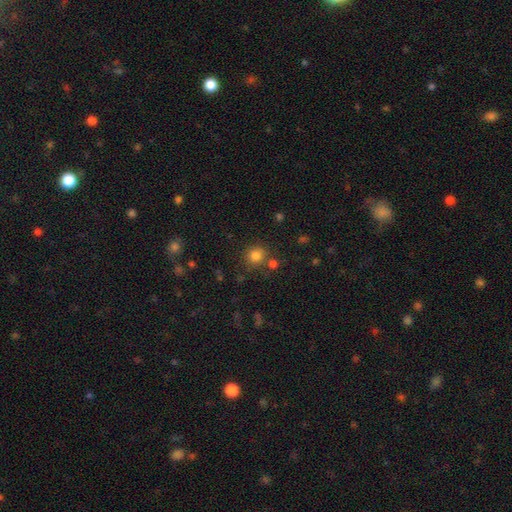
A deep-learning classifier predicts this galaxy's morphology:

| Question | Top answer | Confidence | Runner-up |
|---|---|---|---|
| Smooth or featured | smooth | 81% | star or artifact (14%) |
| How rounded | round | 88% | in between (11%) |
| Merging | none | 76% | merger (11%) |